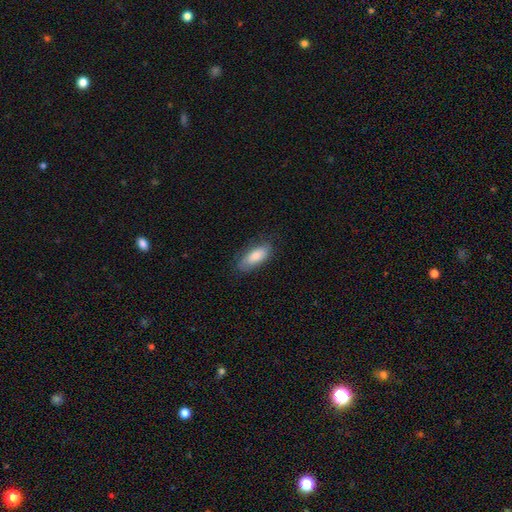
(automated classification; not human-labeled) A smooth galaxy with no disk features (80%) that is in between round and cigar-shaped (80%). Merging: none (77%).